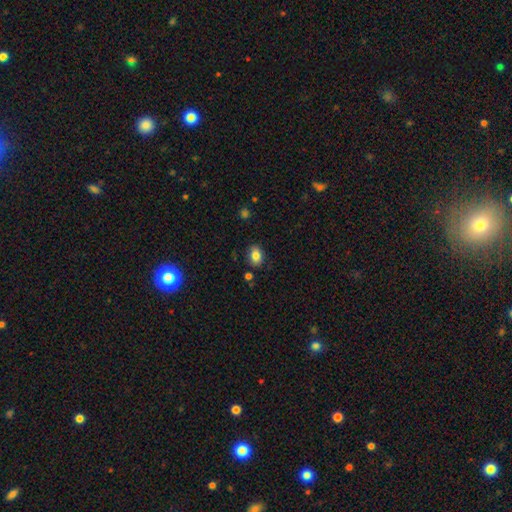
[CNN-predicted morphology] Smooth or featured?
  - smooth: 83% *
  - star or artifact: 10%
  - featured or disk: 8%
How rounded?
  - in between: 74% *
  - round: 24%
  - cigar-shaped: 1%
Merging?
  - none: 83% *
  - minor disturbance: 11%
  - merger: 3%
  - major disturbance: 3%